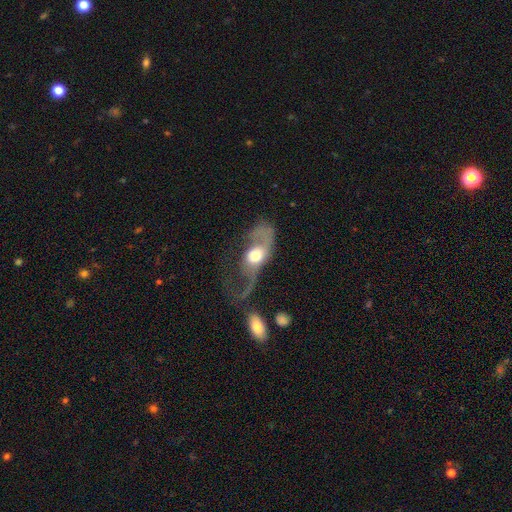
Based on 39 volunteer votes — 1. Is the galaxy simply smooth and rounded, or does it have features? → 74% featured or disk, 26% smooth, 0% star or artifact.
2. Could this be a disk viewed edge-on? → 86% no, 14% yes.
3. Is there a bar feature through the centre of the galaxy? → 64% no, 28% weak, 8% strong.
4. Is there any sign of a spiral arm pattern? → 52% no, 48% yes.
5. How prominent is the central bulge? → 44% moderate, 28% large, 12% small, 8% dominant, 8% none.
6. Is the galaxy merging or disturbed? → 51% major disturbance, 23% none, 18% minor disturbance, 8% merger.